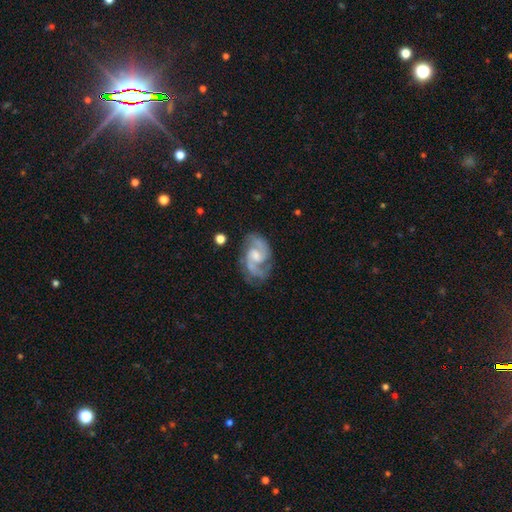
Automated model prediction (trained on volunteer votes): Smooth or featured: featured or disk — 88% (smooth — 7%)
Edge-on disk: no — 97% (yes — 3%)
Bar: weak — 51% (no — 39%)
Spiral arms: yes — 97% (no — 3%)
Spiral winding: medium — 57% (tight — 26%)
Spiral arm count: 2 — 85% (can't tell — 5%)
Bulge size: moderate — 44% (small — 38%)
Merging: none — 68% (minor disturbance — 20%)